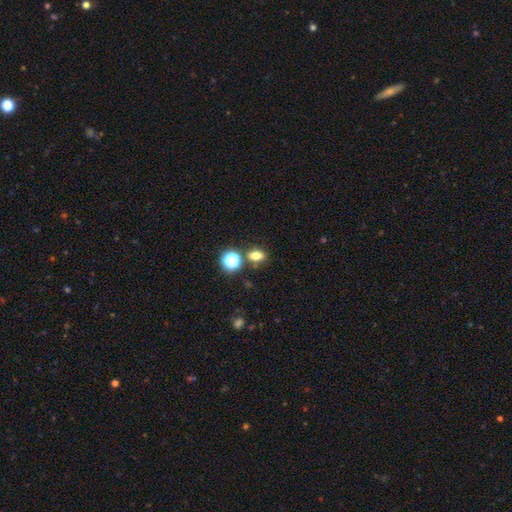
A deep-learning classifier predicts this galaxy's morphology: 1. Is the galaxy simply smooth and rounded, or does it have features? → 74% smooth, 17% star or artifact, 9% featured or disk.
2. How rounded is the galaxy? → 66% in between, 32% round, 3% cigar-shaped.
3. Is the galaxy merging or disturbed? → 77% none, 10% merger, 10% minor disturbance, 3% major disturbance.